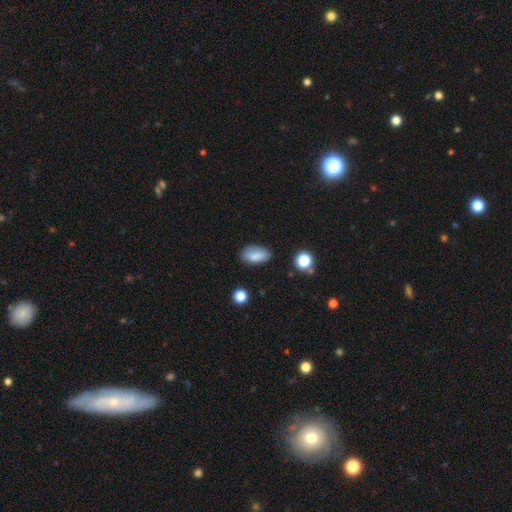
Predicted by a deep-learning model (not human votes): Overall: smooth (84%). How rounded: in between (91%). Merging: none (78%).